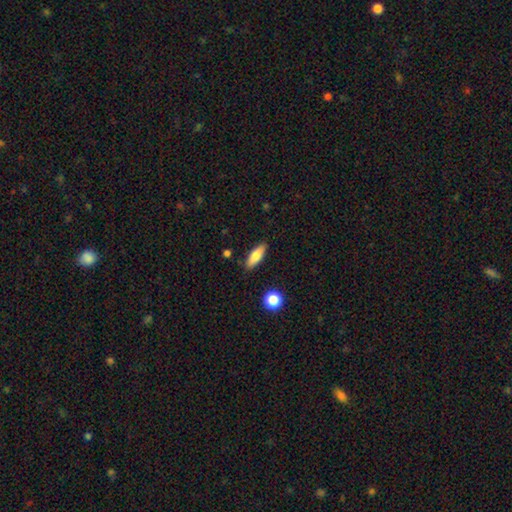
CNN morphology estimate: smooth_or_featured: smooth (p=0.77) [alt: featured or disk p=0.16]
how_rounded: in between (p=0.60) [alt: cigar-shaped p=0.37]
merging: none (p=0.86) [alt: minor disturbance p=0.10]